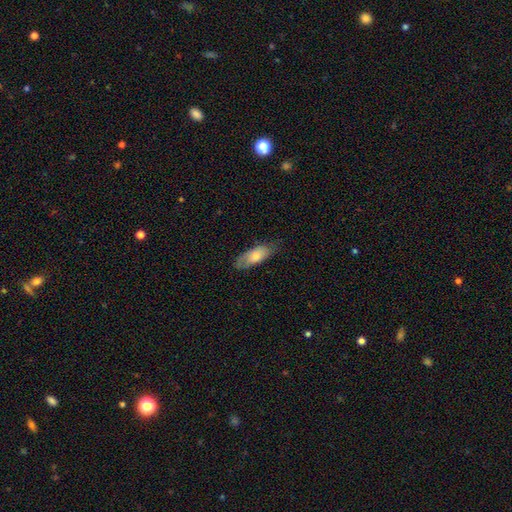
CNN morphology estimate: This appears to be a smooth galaxy with no disk features (74%) that is in between round and cigar-shaped (78%). Merging: none (69%).